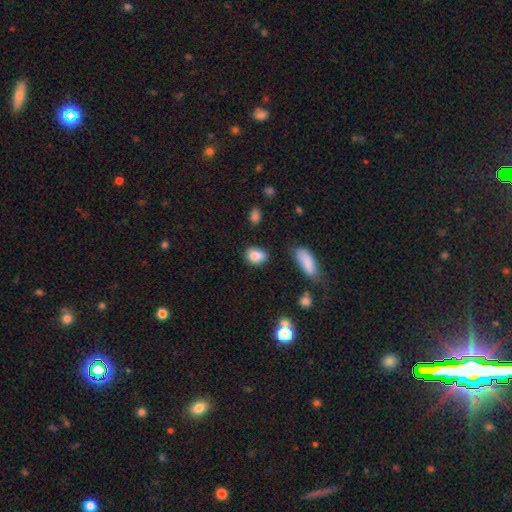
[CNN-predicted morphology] Overall: smooth (86%). How rounded: in between (77%). Merging: none (71%).